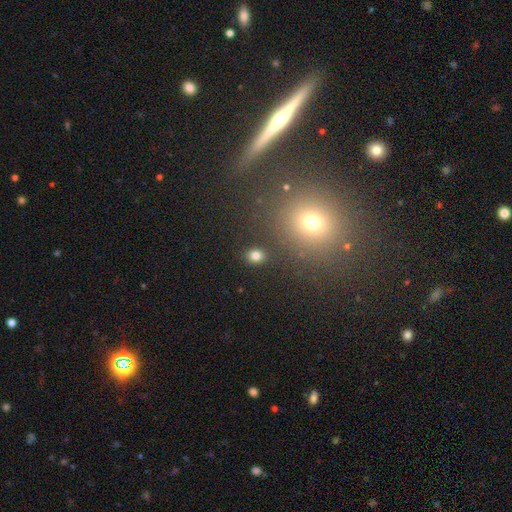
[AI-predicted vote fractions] This appears to be a smooth galaxy with no disk features (80%) that is round (55%). Merging: none (86%).